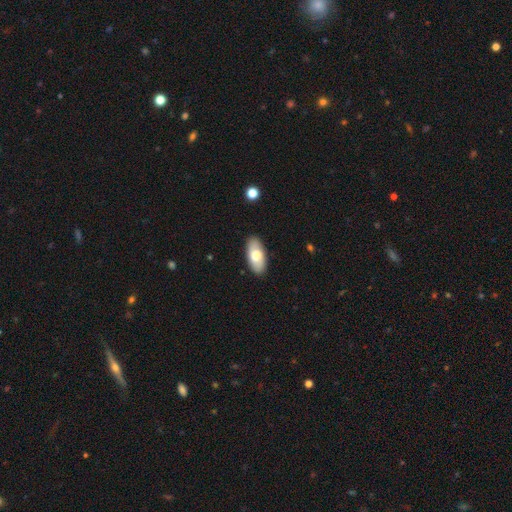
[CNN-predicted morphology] smooth 72%, featured or disk 23%, star or artifact 6%. Down the decision tree: how rounded — in between (92%); merging — none (88%).